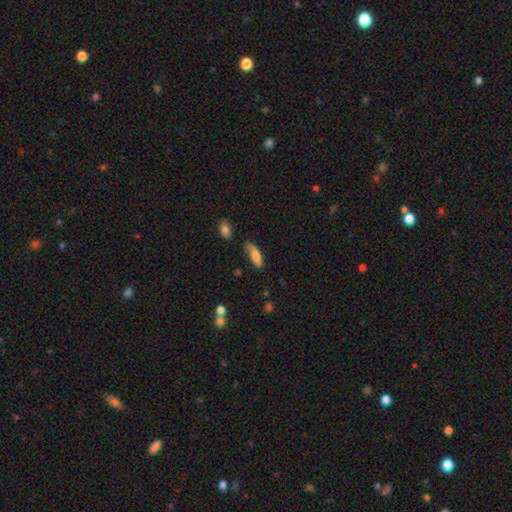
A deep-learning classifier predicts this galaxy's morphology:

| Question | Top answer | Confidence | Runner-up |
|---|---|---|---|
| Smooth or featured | smooth | 75% | featured or disk (18%) |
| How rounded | in between | 69% | cigar-shaped (29%) |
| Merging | none | 53% | minor disturbance (33%) |